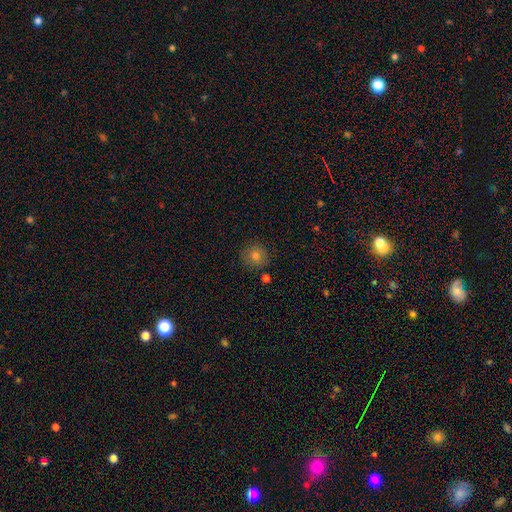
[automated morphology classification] smooth_or_featured: smooth (p=0.75) [alt: star or artifact p=0.15]
how_rounded: round (p=0.91) [alt: in between p=0.08]
merging: none (p=0.85) [alt: minor disturbance p=0.10]